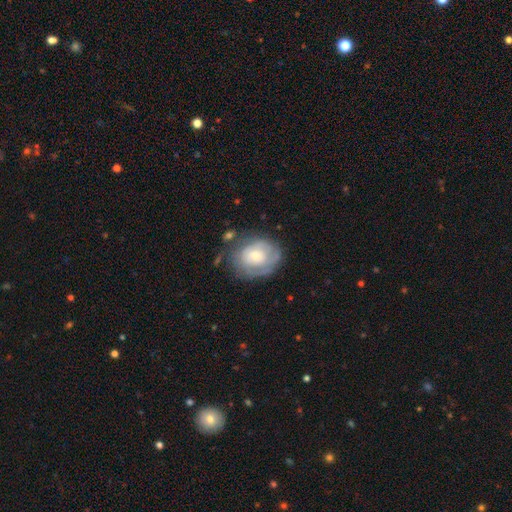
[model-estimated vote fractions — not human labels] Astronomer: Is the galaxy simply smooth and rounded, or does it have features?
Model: featured or disk — 56% (runner-up: smooth, 38%).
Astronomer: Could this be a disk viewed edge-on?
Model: no — 96%.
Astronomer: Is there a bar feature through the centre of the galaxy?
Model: no — 75%.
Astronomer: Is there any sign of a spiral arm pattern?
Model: yes — 65%.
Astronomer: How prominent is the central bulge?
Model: small — 43% (runner-up: moderate, 41%).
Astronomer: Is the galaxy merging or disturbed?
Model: none — 58%.